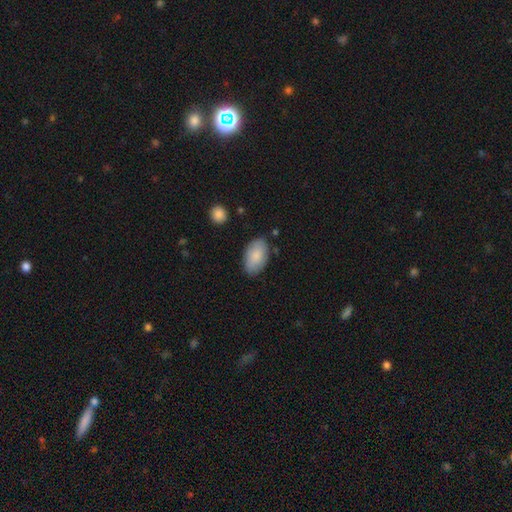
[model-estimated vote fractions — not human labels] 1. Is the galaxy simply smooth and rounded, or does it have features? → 85% smooth, 10% featured or disk, 6% star or artifact.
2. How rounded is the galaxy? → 95% in between, 4% round, 2% cigar-shaped.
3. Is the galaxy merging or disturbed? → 81% none, 14% minor disturbance, 3% major disturbance, 2% merger.